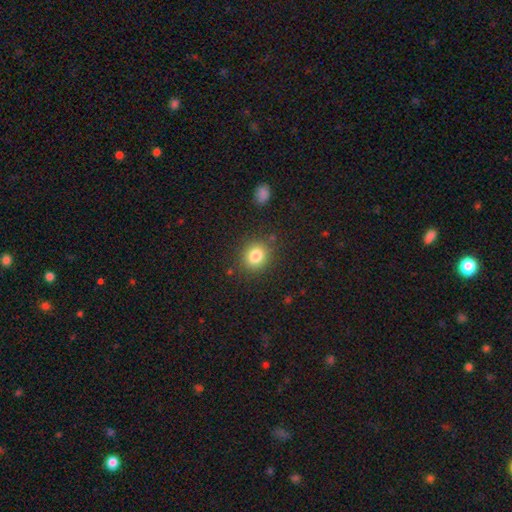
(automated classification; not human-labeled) A smooth galaxy with no disk features (83%) that is round (75%).

Vote fractions:
- Smooth or featured? smooth: 83% / star or artifact: 11% / featured or disk: 6%
- How rounded? round: 75% / in between: 24% / cigar-shaped: 1%
- Merging? none: 85% / minor disturbance: 9% / major disturbance: 3% / merger: 2%